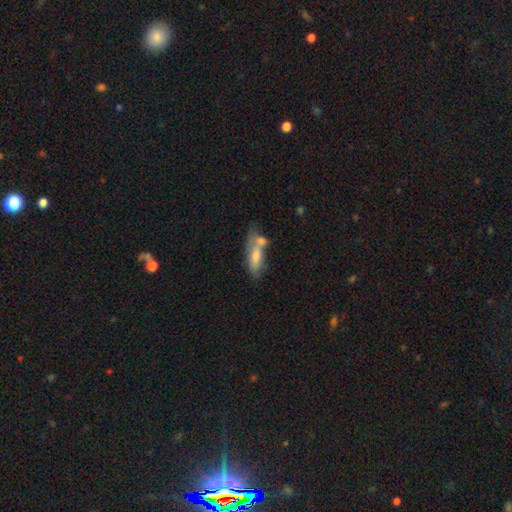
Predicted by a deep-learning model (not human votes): Smooth or featured?
  - smooth: 60% *
  - featured or disk: 32%
  - star or artifact: 8%
How rounded?
  - in between: 62% *
  - cigar-shaped: 35%
  - round: 3%
Merging?
  - merger: 41% *
  - none: 36%
  - minor disturbance: 16%
  - major disturbance: 7%